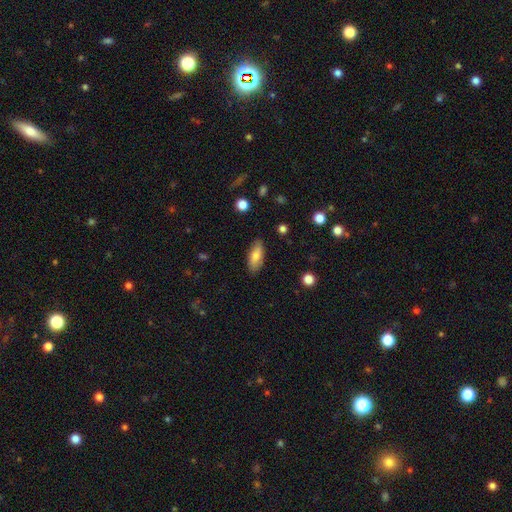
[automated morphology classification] Smooth or featured: smooth — 77% (featured or disk — 16%)
How rounded: in between — 78% (cigar-shaped — 19%)
Merging: none — 85% (minor disturbance — 11%)